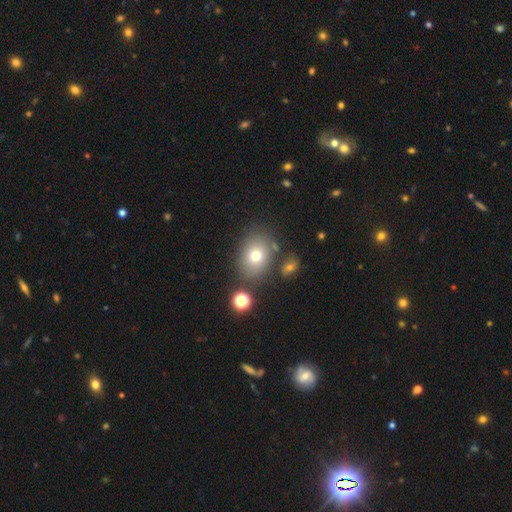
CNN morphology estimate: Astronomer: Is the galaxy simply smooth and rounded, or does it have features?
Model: smooth — 71%.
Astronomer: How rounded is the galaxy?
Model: in between — 56% (runner-up: round, 43%).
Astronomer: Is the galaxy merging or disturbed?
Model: none — 73%.